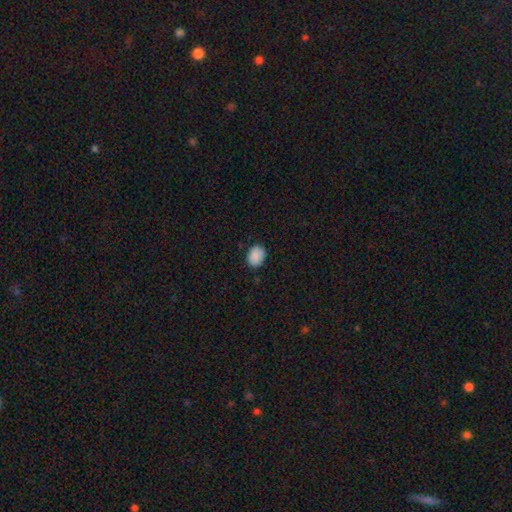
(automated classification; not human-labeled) This is clearly a smooth galaxy (89%). How rounded: possibly in between (59%). Merging: clearly none (83%).